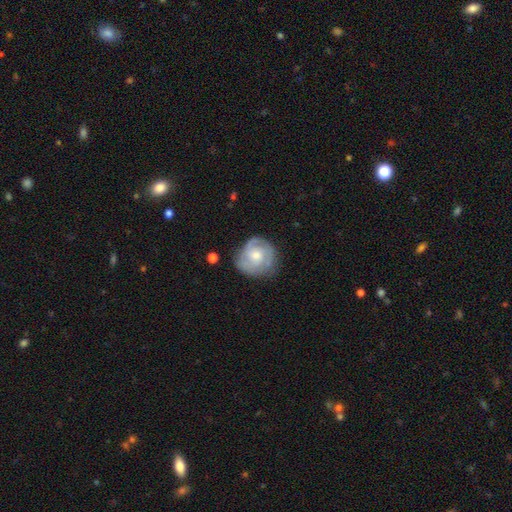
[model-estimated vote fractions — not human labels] Smooth or featured: featured or disk — 66% (smooth — 28%)
Edge-on disk: no — 98% (yes — 2%)
Bar: no — 73% (weak — 23%)
Spiral arms: yes — 85% (no — 15%)
Spiral winding: tight — 52% (medium — 36%)
Spiral arm count: 2 — 34% (can't tell — 28%)
Bulge size: moderate — 54% (small — 38%)
Merging: none — 67% (minor disturbance — 23%)